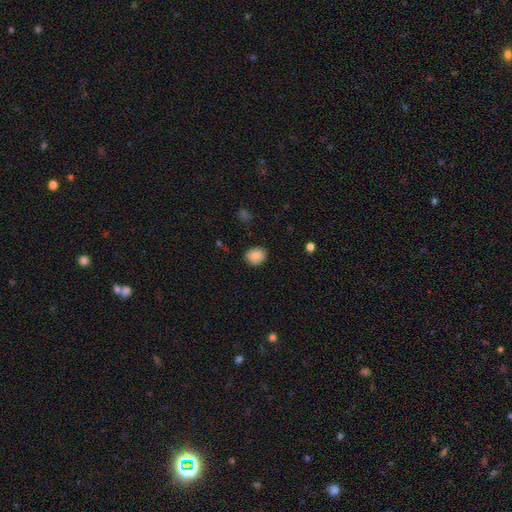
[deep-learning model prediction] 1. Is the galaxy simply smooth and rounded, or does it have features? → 86% smooth, 8% star or artifact, 5% featured or disk.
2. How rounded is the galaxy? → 63% round, 36% in between, 1% cigar-shaped.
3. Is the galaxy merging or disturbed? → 85% none, 11% minor disturbance, 2% major disturbance, 1% merger.